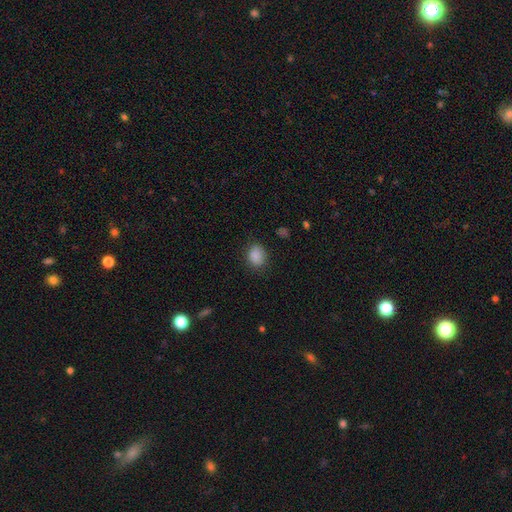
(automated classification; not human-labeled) A smooth galaxy with no disk features (87%) that is in between round and cigar-shaped (51%).

Vote fractions:
- Smooth or featured? smooth: 87% / star or artifact: 9% / featured or disk: 4%
- How rounded? in between: 51% / round: 48% / cigar-shaped: 1%
- Merging? none: 80% / minor disturbance: 15% / major disturbance: 4% / merger: 1%